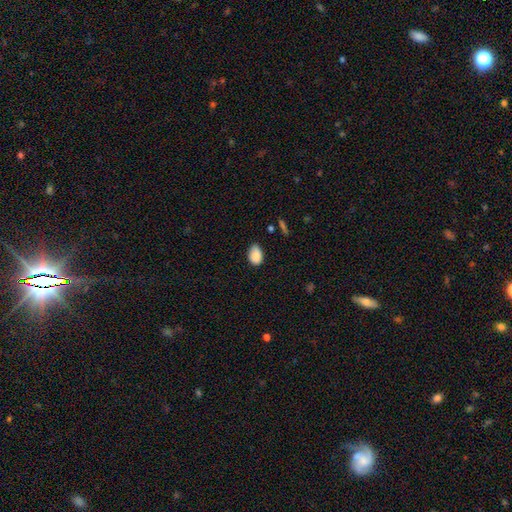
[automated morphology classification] Overall: smooth (87%). How rounded: in between (83%). Merging: none (61%; minor disturbance 32%).